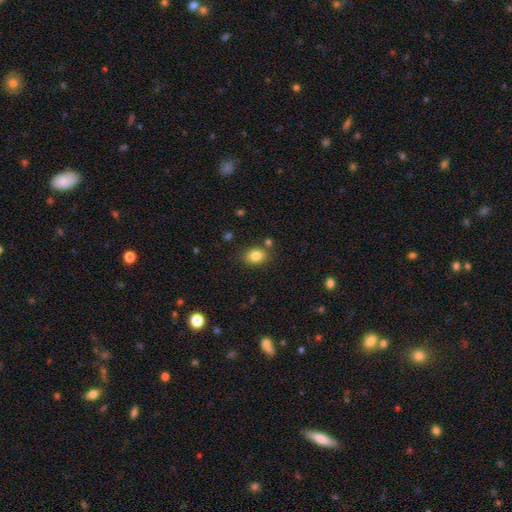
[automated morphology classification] Smooth or featured? smooth (83%)
How rounded? in between (68%)
Merging? none (78%)